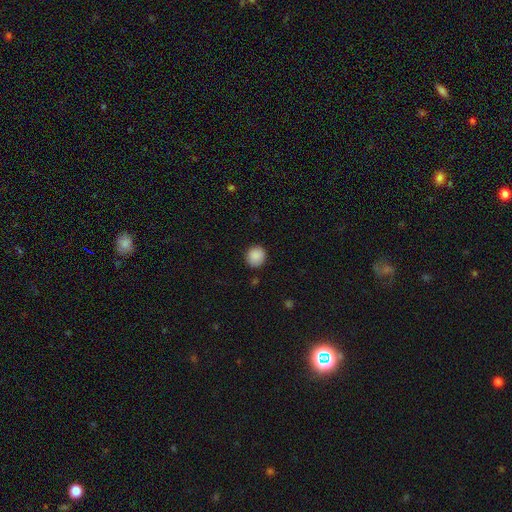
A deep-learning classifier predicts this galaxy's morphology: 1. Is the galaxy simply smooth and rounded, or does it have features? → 89% smooth, 8% star or artifact, 3% featured or disk.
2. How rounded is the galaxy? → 90% round, 9% in between, 1% cigar-shaped.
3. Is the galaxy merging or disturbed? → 88% none, 9% minor disturbance, 2% major disturbance, 1% merger.